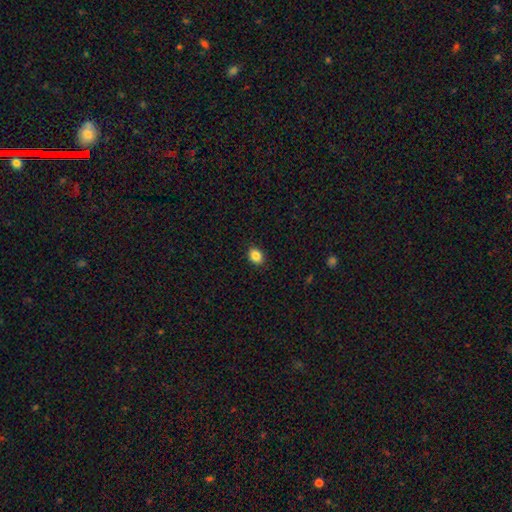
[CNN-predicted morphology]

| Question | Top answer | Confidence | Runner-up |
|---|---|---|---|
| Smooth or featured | smooth | 86% | star or artifact (9%) |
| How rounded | in between | 62% | round (37%) |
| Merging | none | 90% | minor disturbance (7%) |